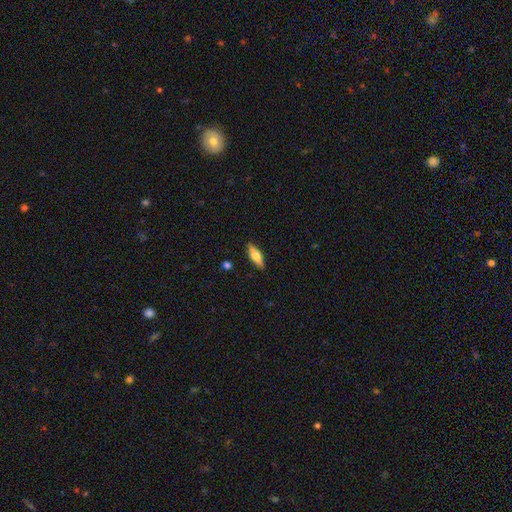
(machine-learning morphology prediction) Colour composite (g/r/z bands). It shows a smooth galaxy with no disk features (49%). Merging: none (88%).